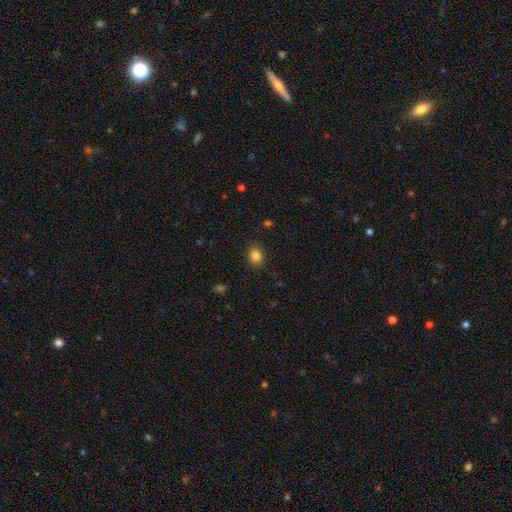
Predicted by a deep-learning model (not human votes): Smooth or featured?
  - smooth: 84% *
  - star or artifact: 10%
  - featured or disk: 5%
How rounded?
  - in between: 59% *
  - round: 40%
  - cigar-shaped: 1%
Merging?
  - none: 87% *
  - minor disturbance: 9%
  - major disturbance: 3%
  - merger: 1%